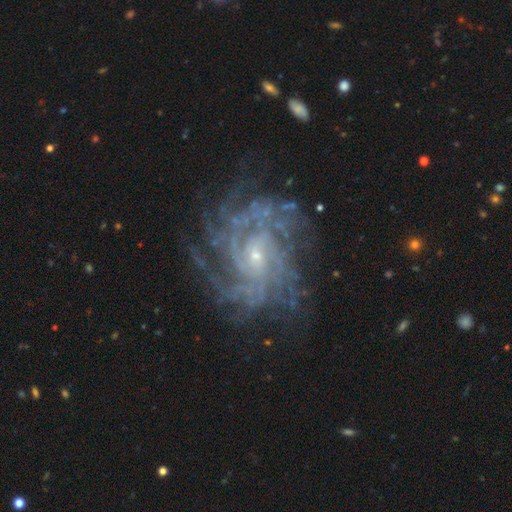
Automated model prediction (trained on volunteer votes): featured or disk 89%, star or artifact 7%, smooth 4%. Down the decision tree: edge-on disk — no (98%); bar — no (51%); spiral arms — yes (97%); spiral arm count — can't tell (25%); spiral winding — tight (66%); bulge size — small (78%); merging — none (76%).